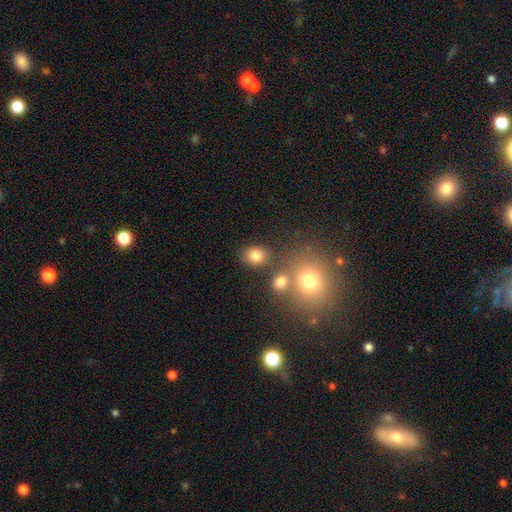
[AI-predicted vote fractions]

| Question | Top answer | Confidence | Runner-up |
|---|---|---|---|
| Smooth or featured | smooth | 80% | star or artifact (13%) |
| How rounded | round | 61% | in between (38%) |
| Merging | none | 75% | merger (11%) |